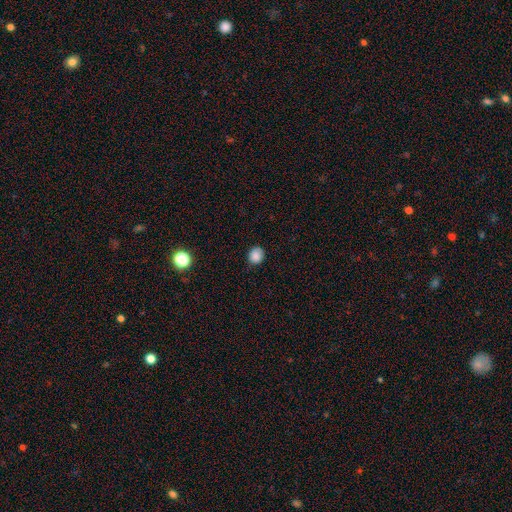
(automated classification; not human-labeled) smooth-or-featured: smooth: 85% | star or artifact: 10% | featured or disk: 4%
  how-rounded: round: 75% | in between: 24% | cigar-shaped: 1%
  merging: none: 83% | minor disturbance: 14% | major disturbance: 3% | merger: 1%